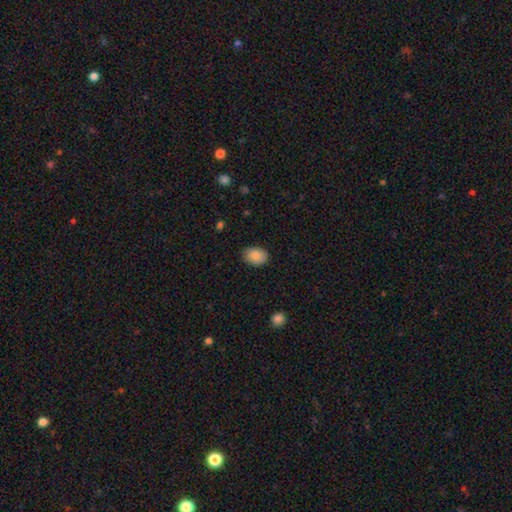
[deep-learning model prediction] Smooth or featured: smooth — 87% (star or artifact — 7%)
How rounded: in between — 74% (round — 25%)
Merging: none — 85% (minor disturbance — 11%)